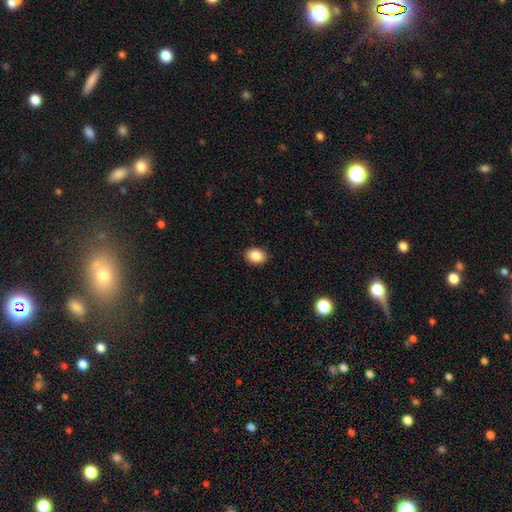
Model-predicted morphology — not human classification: A smooth galaxy with no disk features (87%) that is in between round and cigar-shaped (70%).

Vote fractions:
- Smooth or featured? smooth: 87% / star or artifact: 8% / featured or disk: 4%
- How rounded? in between: 70% / round: 29% / cigar-shaped: 1%
- Merging? none: 89% / minor disturbance: 8% / major disturbance: 2% / merger: 1%